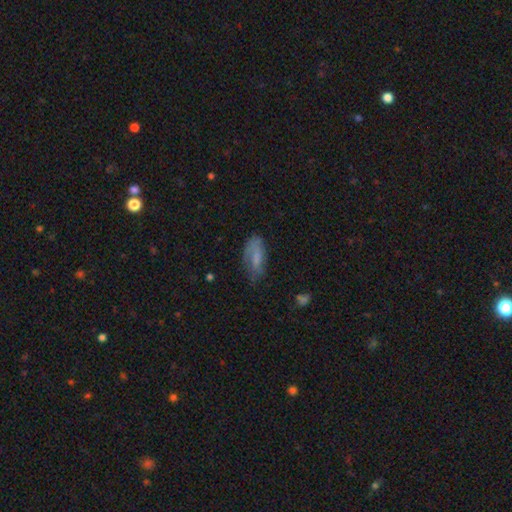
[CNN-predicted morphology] Smooth or featured? Predicted: smooth (p=0.61). How rounded? Predicted: in between (p=0.79). Merging? Predicted: none (p=0.52).